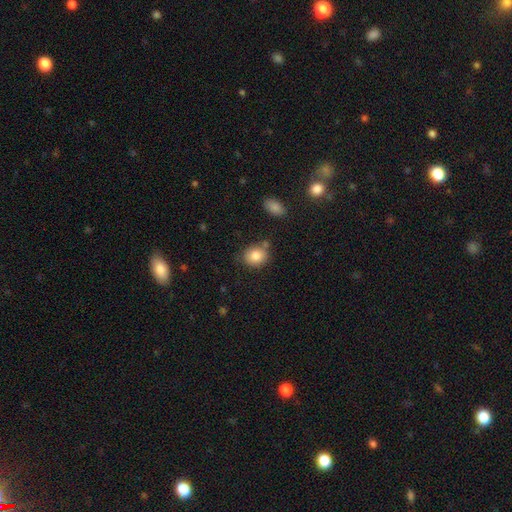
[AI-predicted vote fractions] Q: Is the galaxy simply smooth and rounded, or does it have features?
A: smooth — 82%.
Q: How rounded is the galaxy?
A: round — 63%.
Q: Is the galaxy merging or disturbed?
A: none — 73%.